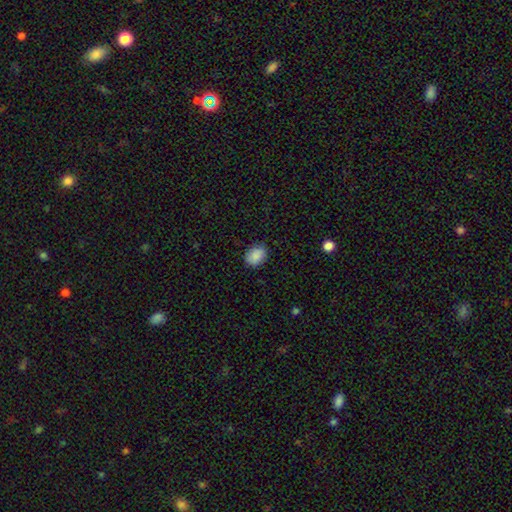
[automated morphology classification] smooth 88%, star or artifact 8%, featured or disk 5%. Down the decision tree: how rounded — in between (66%); merging — none (83%).